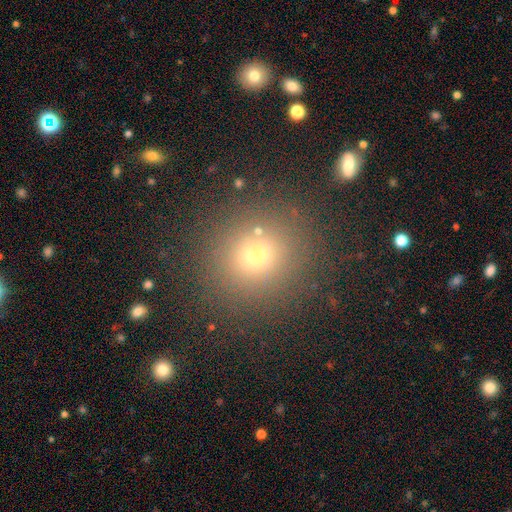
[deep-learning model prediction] This appears to be a smooth galaxy with no disk features (69%) that is round (83%). Merging: none (78%).